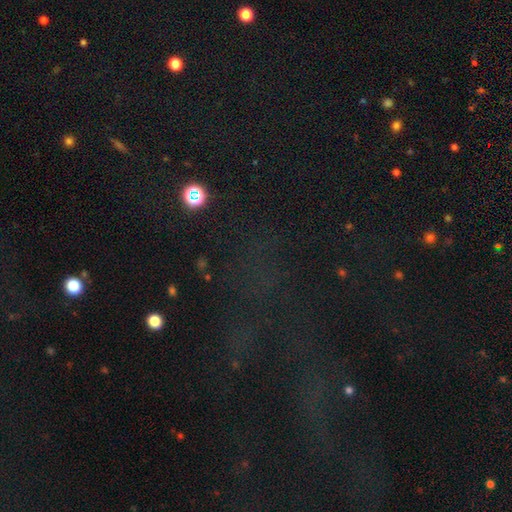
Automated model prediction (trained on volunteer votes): Smooth or featured? Predicted: star or artifact (p=0.72).